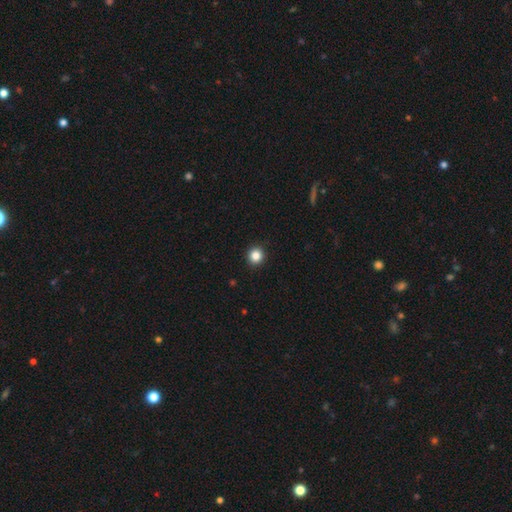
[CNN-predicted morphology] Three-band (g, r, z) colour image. It shows a smooth galaxy with no disk features (85%) that is round (92%). Merging: none (93%).